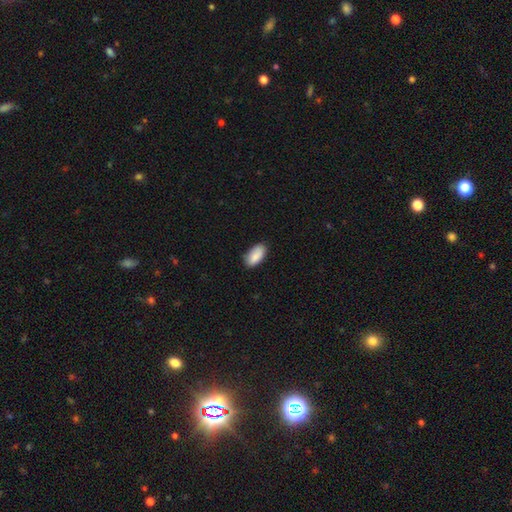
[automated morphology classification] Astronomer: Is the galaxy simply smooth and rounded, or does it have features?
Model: smooth — 89%.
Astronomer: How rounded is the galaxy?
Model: in between — 94%.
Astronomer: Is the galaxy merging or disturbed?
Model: none — 80%.